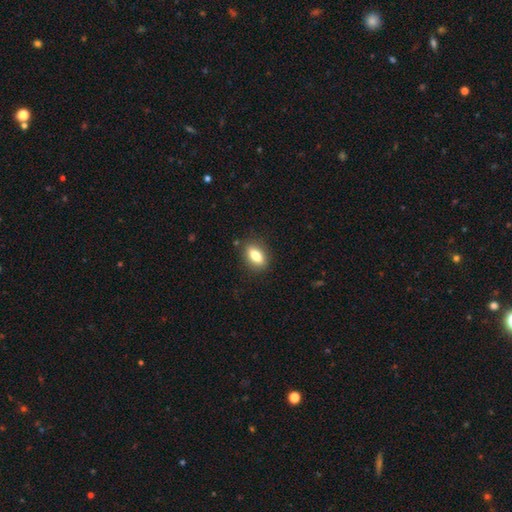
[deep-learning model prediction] smooth_or_featured: smooth (p=0.79) [alt: featured or disk p=0.13]
how_rounded: in between (p=0.81) [alt: cigar-shaped p=0.10]
merging: none (p=0.86) [alt: minor disturbance p=0.10]